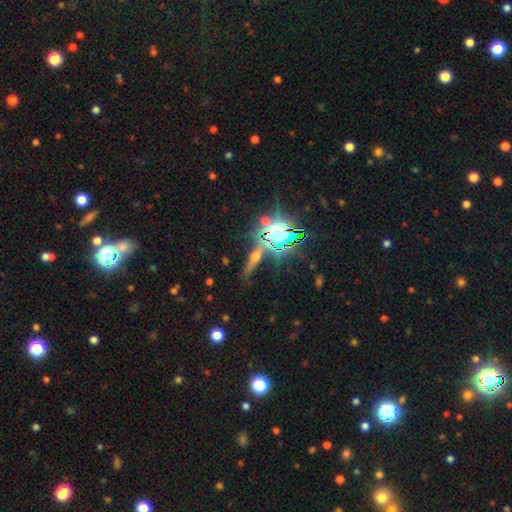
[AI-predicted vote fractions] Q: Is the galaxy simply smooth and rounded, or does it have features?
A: star or artifact — 50%.